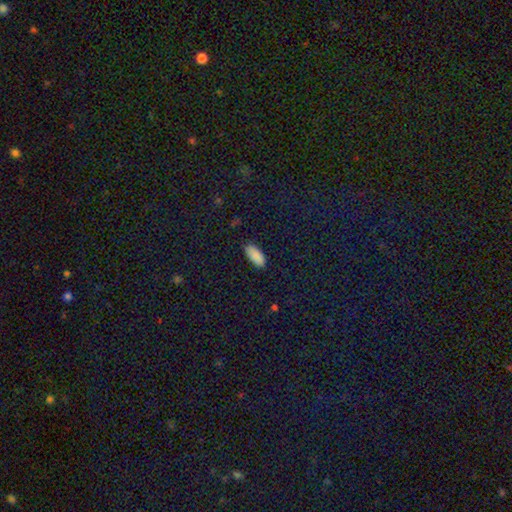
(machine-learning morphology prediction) Smooth or featured?
  - smooth: 89% *
  - star or artifact: 8%
  - featured or disk: 3%
How rounded?
  - in between: 88% *
  - cigar-shaped: 10%
  - round: 2%
Merging?
  - none: 87% *
  - minor disturbance: 9%
  - major disturbance: 2%
  - merger: 1%